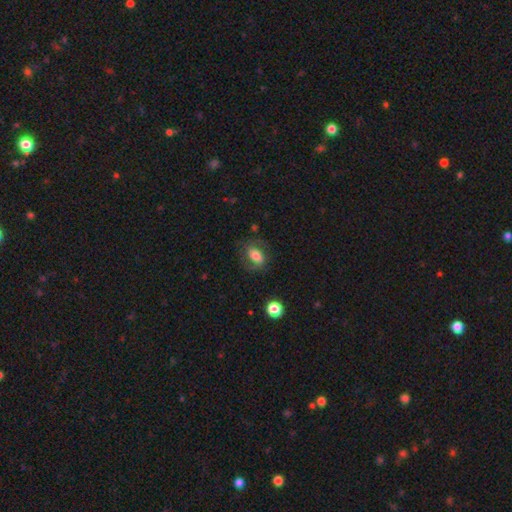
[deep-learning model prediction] This is possibly a smooth galaxy (48%). Merging: likely none (65%).